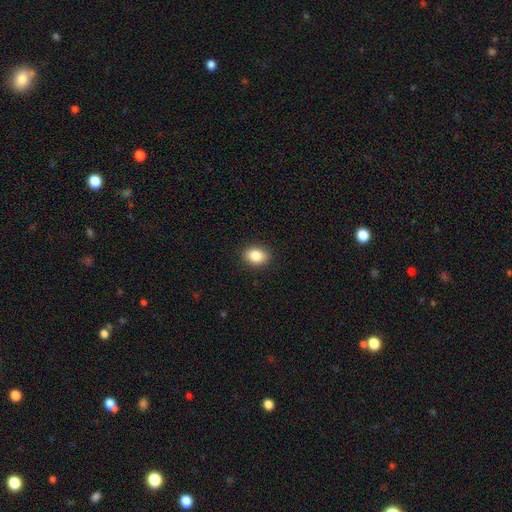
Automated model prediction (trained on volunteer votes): smooth-or-featured: smooth: 86% | star or artifact: 9% | featured or disk: 6%
  how-rounded: in between: 68% | round: 31% | cigar-shaped: 1%
  merging: none: 90% | minor disturbance: 7% | major disturbance: 2% | merger: 1%